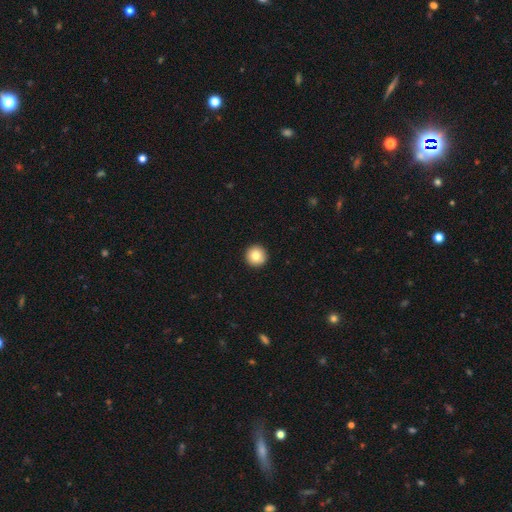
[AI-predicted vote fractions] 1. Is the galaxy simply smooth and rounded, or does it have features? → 81% smooth, 10% featured or disk, 9% star or artifact.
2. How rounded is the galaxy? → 97% round, 2% in between, 1% cigar-shaped.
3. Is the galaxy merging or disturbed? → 94% none, 4% minor disturbance, 1% major disturbance, 1% merger.